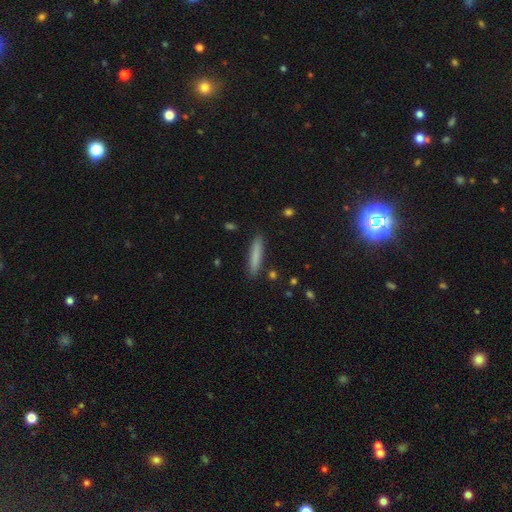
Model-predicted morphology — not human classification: Smooth or featured? smooth (80%)
How rounded? cigar-shaped (91%)
Merging? none (89%)